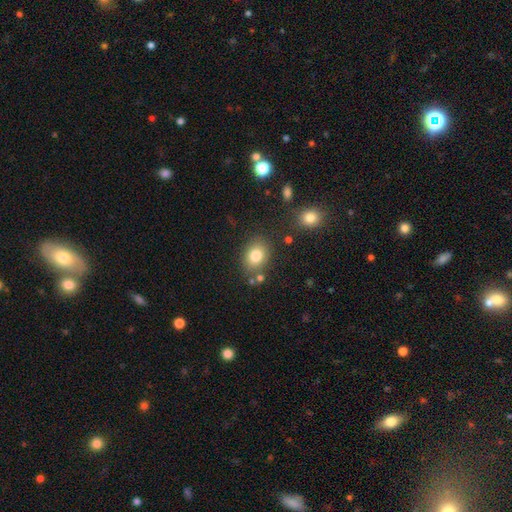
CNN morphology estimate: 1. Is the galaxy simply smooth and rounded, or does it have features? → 81% smooth, 10% star or artifact, 9% featured or disk.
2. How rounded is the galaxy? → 58% in between, 41% round, 1% cigar-shaped.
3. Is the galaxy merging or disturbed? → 78% none, 12% minor disturbance, 6% merger, 4% major disturbance.